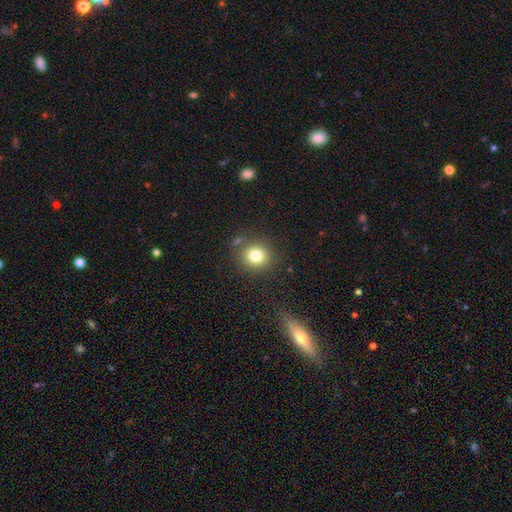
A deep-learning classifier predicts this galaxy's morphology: Smooth or featured: smooth — 80% (star or artifact — 12%)
How rounded: round — 87% (in between — 12%)
Merging: none — 80% (minor disturbance — 10%)